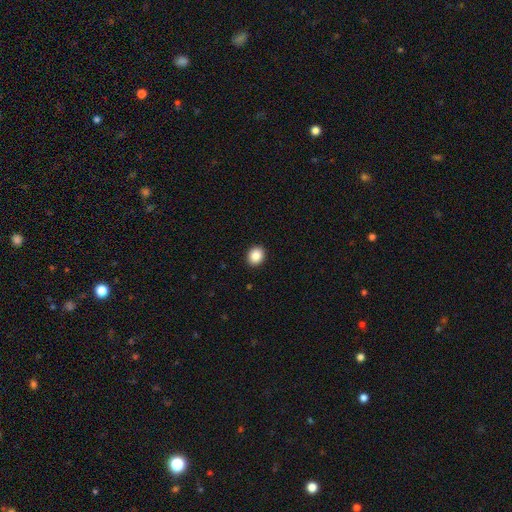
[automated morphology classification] smooth_or_featured: smooth (p=0.87) [alt: star or artifact p=0.09]
how_rounded: round (p=0.67) [alt: in between p=0.32]
merging: none (p=0.92) [alt: minor disturbance p=0.05]